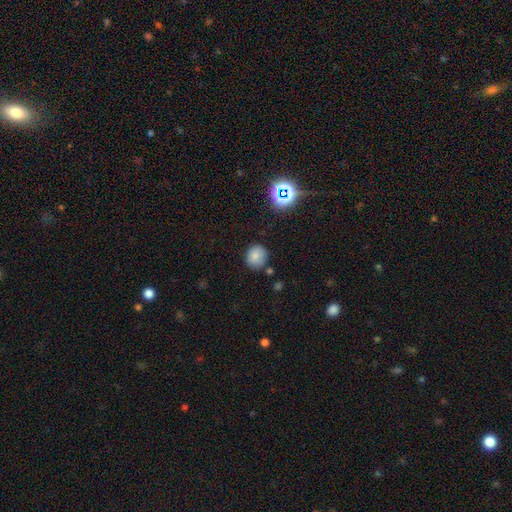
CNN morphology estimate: A smooth galaxy with no disk features (77%) that is round (85%).

Vote fractions:
- Smooth or featured? smooth: 77% / star or artifact: 14% / featured or disk: 8%
- How rounded? round: 85% / in between: 14% / cigar-shaped: 1%
- Merging? none: 80% / minor disturbance: 13% / merger: 4% / major disturbance: 3%